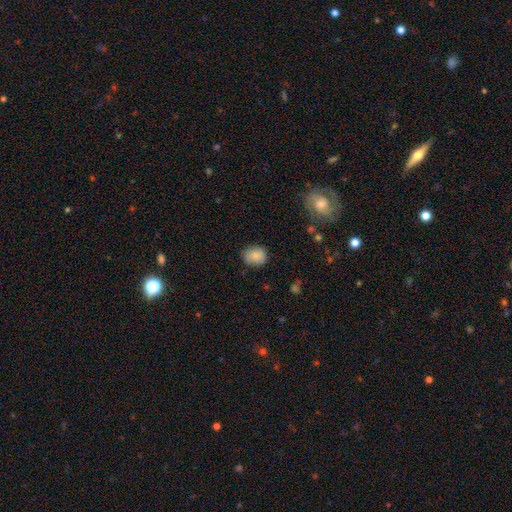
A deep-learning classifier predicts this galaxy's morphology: The model was most divided on "how rounded": round: 56%, in between: 43%, cigar-shaped: 1%. More confident: smooth or featured — smooth (83%); merging — none (72%).